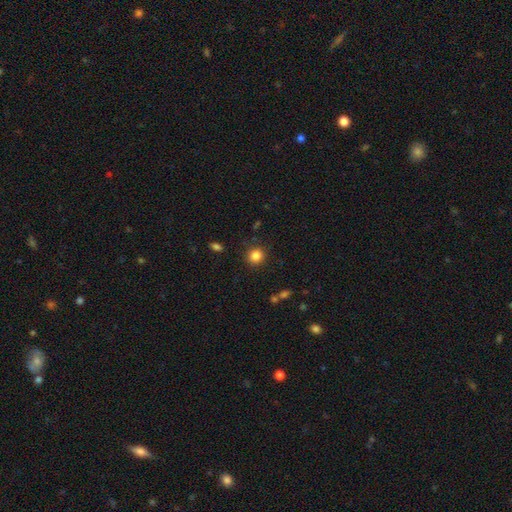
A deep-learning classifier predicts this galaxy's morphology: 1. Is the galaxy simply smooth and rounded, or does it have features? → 84% smooth, 11% star or artifact, 5% featured or disk.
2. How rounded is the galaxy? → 88% round, 11% in between, 1% cigar-shaped.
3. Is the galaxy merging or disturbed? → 88% none, 8% minor disturbance, 3% major disturbance, 2% merger.